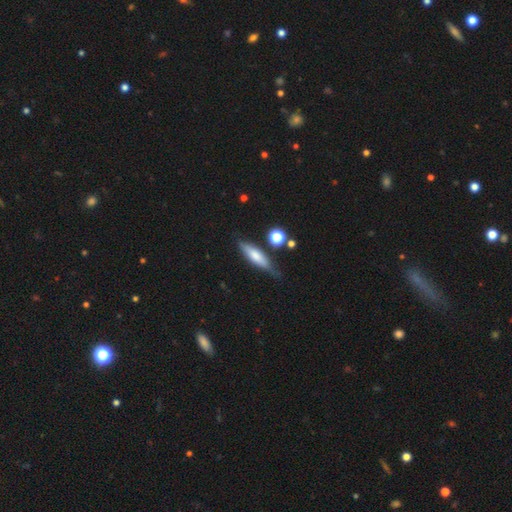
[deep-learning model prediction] Smooth or featured?
  - smooth: 62% *
  - featured or disk: 31%
  - star or artifact: 7%
How rounded?
  - cigar-shaped: 64% *
  - in between: 33%
  - round: 3%
Merging?
  - none: 68% *
  - minor disturbance: 22%
  - major disturbance: 6%
  - merger: 5%